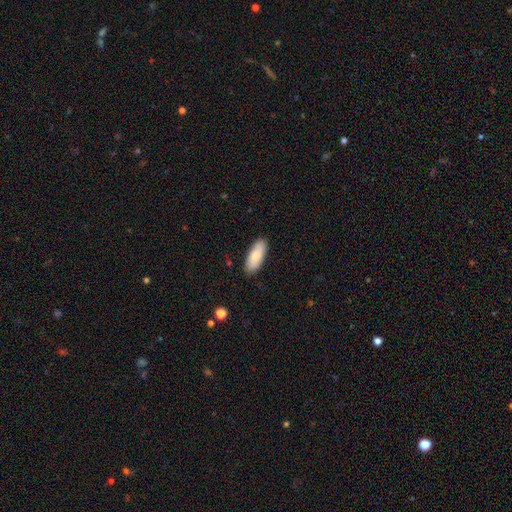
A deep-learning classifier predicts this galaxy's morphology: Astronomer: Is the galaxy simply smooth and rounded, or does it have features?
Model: smooth — 81%.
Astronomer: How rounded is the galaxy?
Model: in between — 76%.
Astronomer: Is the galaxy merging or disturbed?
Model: none — 88%.